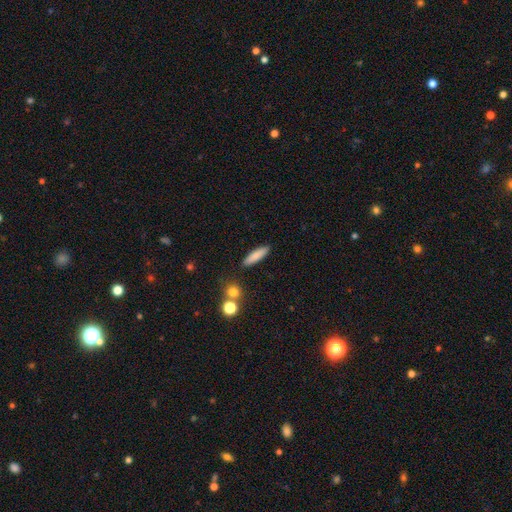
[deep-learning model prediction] Morphology: type=smooth (84%); roundness=cigar-shaped (72%); merging=none (87%).